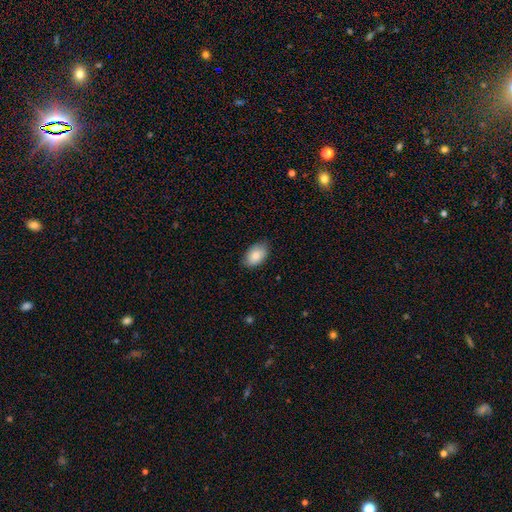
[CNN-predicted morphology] This is clearly a smooth galaxy (85%). How rounded: clearly in between (91%). Merging: clearly none (81%).